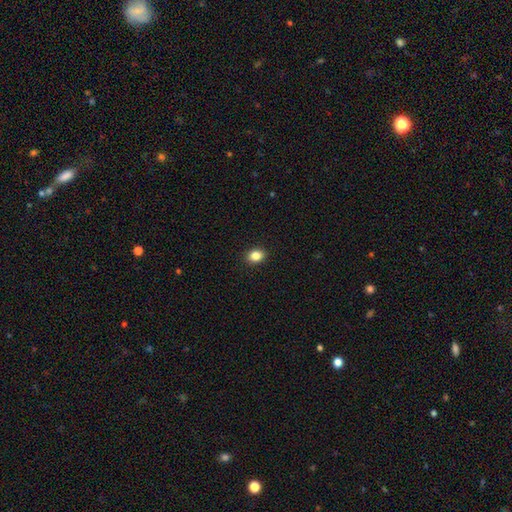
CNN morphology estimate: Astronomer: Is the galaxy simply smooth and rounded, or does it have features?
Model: smooth — 85%.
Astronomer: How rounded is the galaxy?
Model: in between — 57% (runner-up: round, 42%).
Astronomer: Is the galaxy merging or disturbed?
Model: none — 91%.